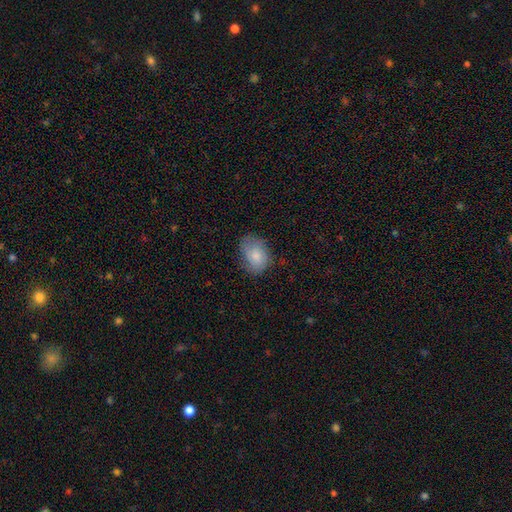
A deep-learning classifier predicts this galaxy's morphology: Q: Smooth or featured?
A: smooth (75%); runner-up: featured or disk (18%)
Q: How rounded?
A: in between (76%); runner-up: round (23%)
Q: Merging?
A: none (67%); runner-up: minor disturbance (25%)